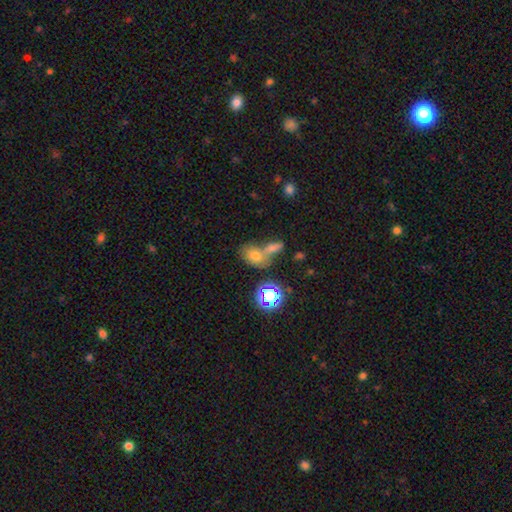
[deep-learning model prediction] Smooth or featured: smooth — 64% (star or artifact — 22%)
How rounded: in between — 70% (round — 27%)
Merging: merger — 47% (none — 39%)